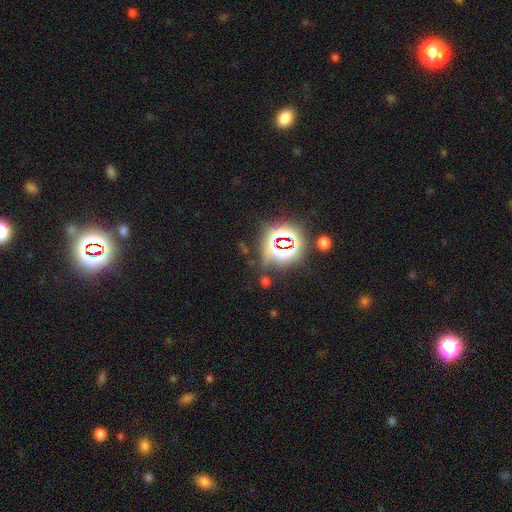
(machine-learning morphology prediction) Overall: star or artifact (82%).